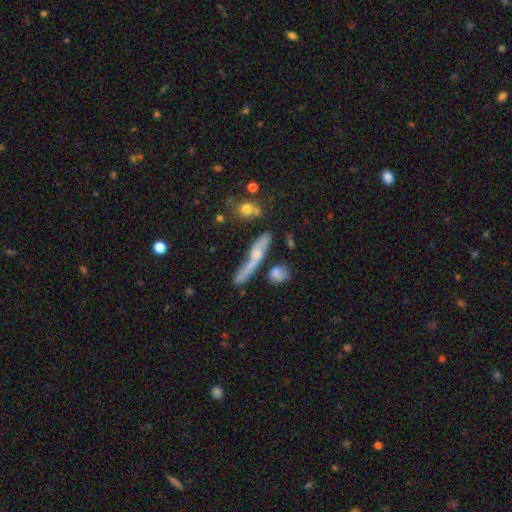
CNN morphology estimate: Smooth or featured? Predicted: featured or disk (p=0.47). Merging? Predicted: none (p=0.45).